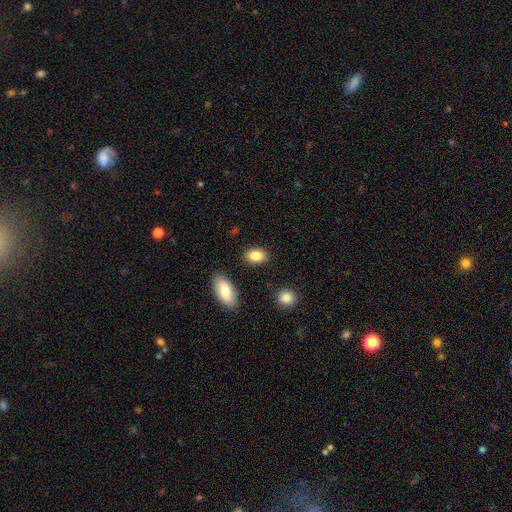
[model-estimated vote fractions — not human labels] Smooth or featured: smooth — 86% (star or artifact — 8%)
How rounded: in between — 86% (round — 12%)
Merging: none — 85% (minor disturbance — 9%)